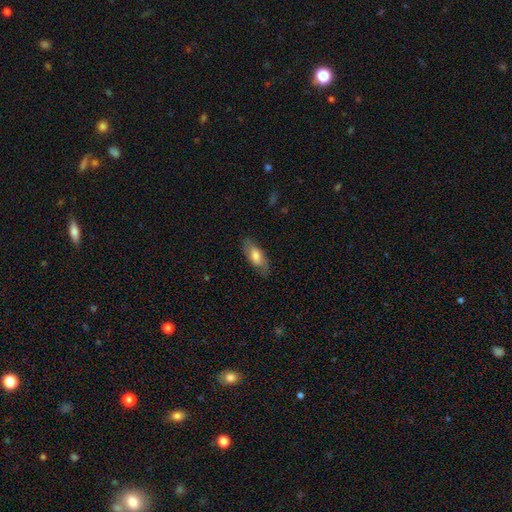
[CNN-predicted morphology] A smooth galaxy with no disk features (69%) that is in between round and cigar-shaped (74%). Merging: none (78%).